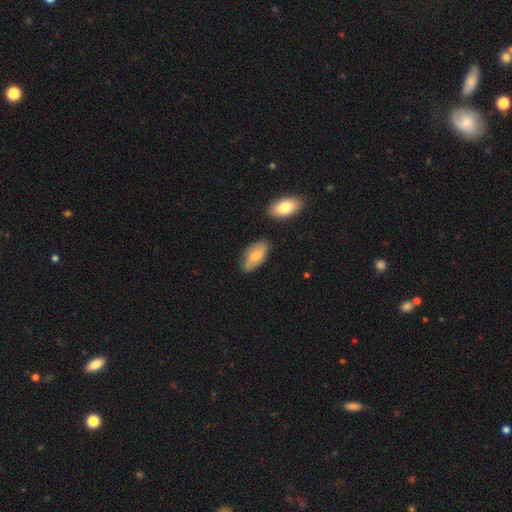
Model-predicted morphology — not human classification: type=smooth (58%); roundness=in between (92%); merging=none (74%).